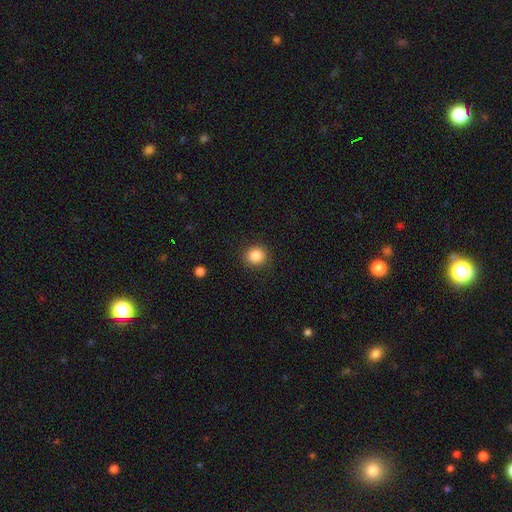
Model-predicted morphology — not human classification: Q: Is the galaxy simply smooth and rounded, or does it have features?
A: smooth — 86%.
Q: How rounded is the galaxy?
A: round — 89%.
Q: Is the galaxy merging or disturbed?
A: none — 89%.